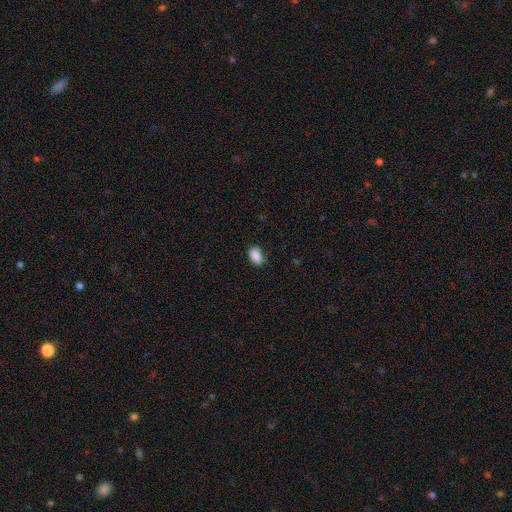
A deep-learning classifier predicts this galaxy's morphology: Overall: smooth (89%). How rounded: in between (84%). Merging: none (80%).